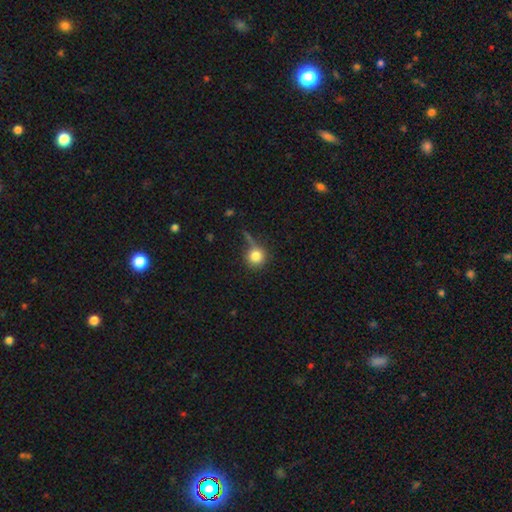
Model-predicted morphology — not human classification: smooth 81%, star or artifact 11%, featured or disk 8%. Down the decision tree: how rounded — round (93%); merging — none (57%).